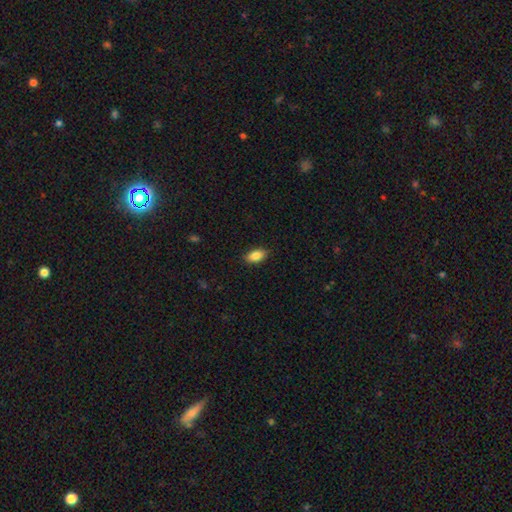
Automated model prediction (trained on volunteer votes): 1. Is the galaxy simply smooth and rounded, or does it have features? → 85% smooth, 8% featured or disk, 7% star or artifact.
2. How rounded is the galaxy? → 89% in between, 5% round, 5% cigar-shaped.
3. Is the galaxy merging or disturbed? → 85% none, 11% minor disturbance, 2% major disturbance, 1% merger.